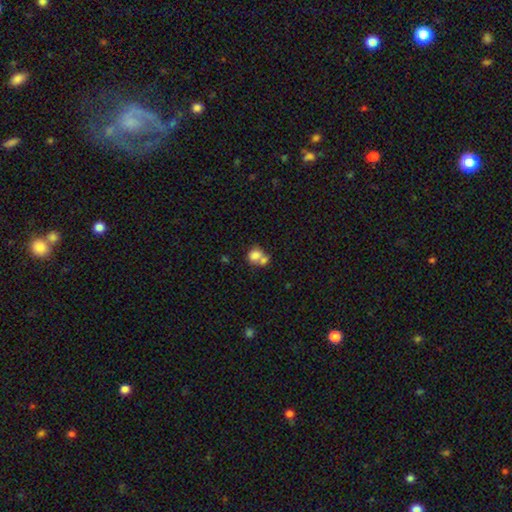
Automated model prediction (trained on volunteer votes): This appears to be a smooth galaxy with no disk features (77%) that is in between round and cigar-shaped (53%). Merging: merger (59%).